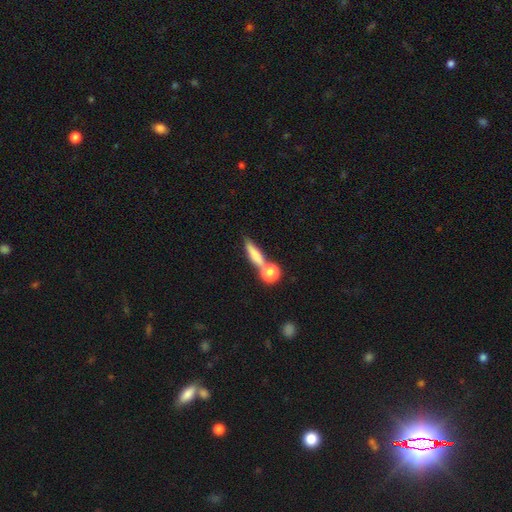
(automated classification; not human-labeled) smooth_or_featured: smooth (p=0.71) [alt: featured or disk p=0.20]
how_rounded: cigar-shaped (p=0.47) [alt: in between p=0.34]
merging: none (p=0.46) [alt: merger p=0.36]